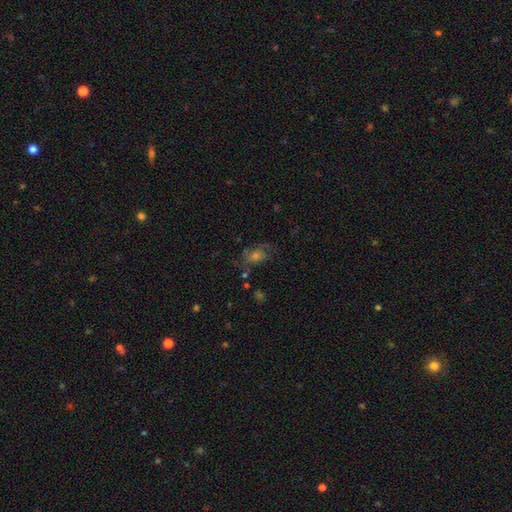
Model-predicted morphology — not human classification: A featured or disk galaxy (41%). Merging: none (59%).